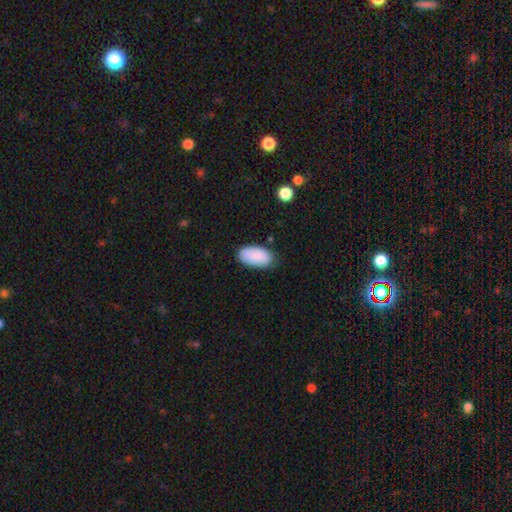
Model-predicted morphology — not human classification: This appears to be a smooth galaxy with no disk features (87%) that is in between round and cigar-shaped (95%). Merging: none (79%).